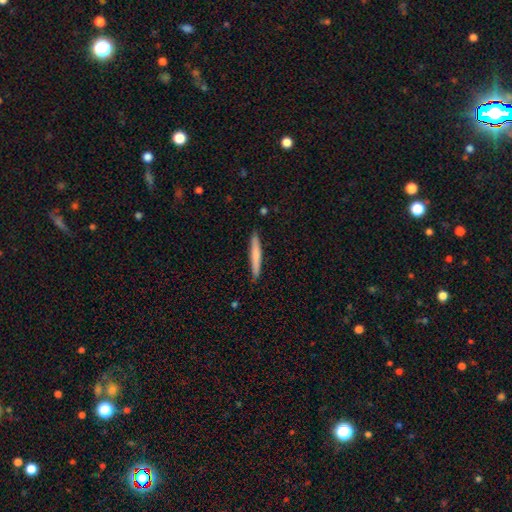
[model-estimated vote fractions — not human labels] Smooth or featured? Predicted: smooth (p=0.71). How rounded? Predicted: cigar-shaped (p=0.95). Merging? Predicted: none (p=0.90).